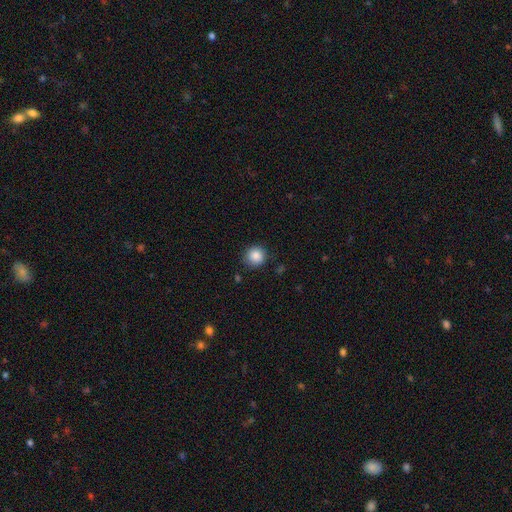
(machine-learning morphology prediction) Smooth or featured? Predicted: smooth (p=0.86). How rounded? Predicted: round (p=0.92). Merging? Predicted: none (p=0.85).